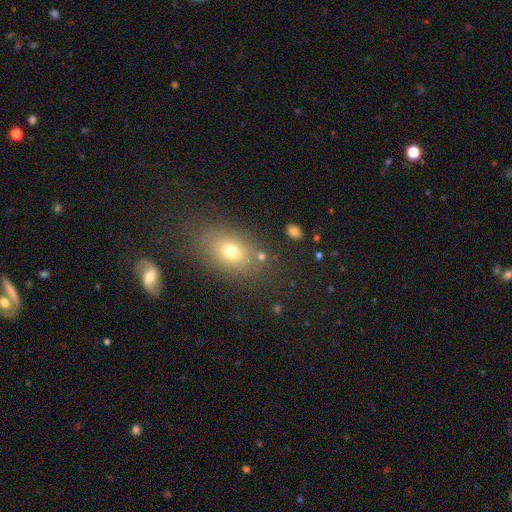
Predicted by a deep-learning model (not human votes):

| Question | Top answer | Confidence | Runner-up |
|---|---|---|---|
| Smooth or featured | smooth | 65% | star or artifact (22%) |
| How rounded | in between | 69% | round (29%) |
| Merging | none | 78% | minor disturbance (12%) |